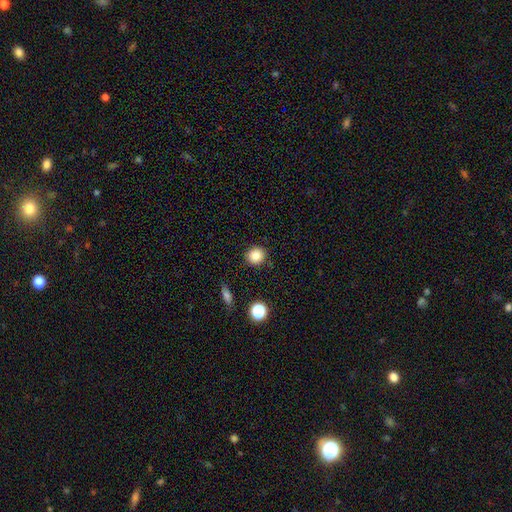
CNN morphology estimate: The model was most divided on "smooth or featured": smooth: 85%, star or artifact: 11%, featured or disk: 4%. More confident: merging — none (88%); how rounded — round (88%).